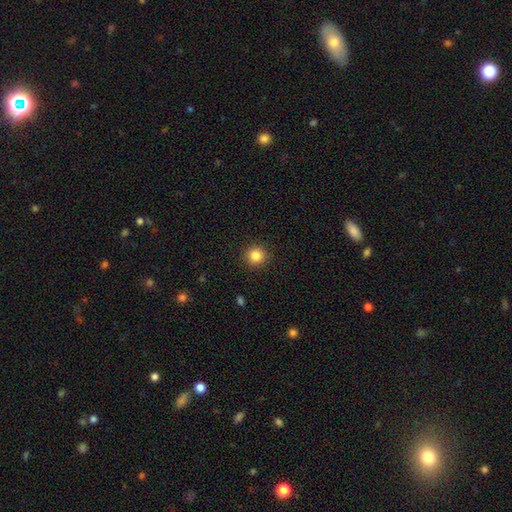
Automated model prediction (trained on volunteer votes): Smooth or featured? Predicted: smooth (p=0.84). How rounded? Predicted: round (p=0.94). Merging? Predicted: none (p=0.92).